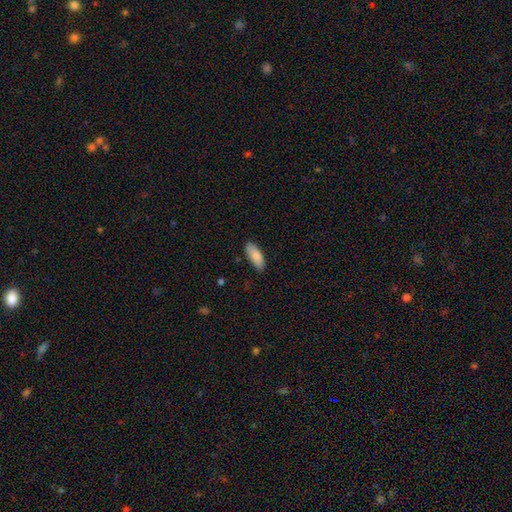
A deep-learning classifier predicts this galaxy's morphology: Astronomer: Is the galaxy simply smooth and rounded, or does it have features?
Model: smooth — 86%.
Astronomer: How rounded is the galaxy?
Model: in between — 80%.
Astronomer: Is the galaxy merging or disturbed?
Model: none — 82%.